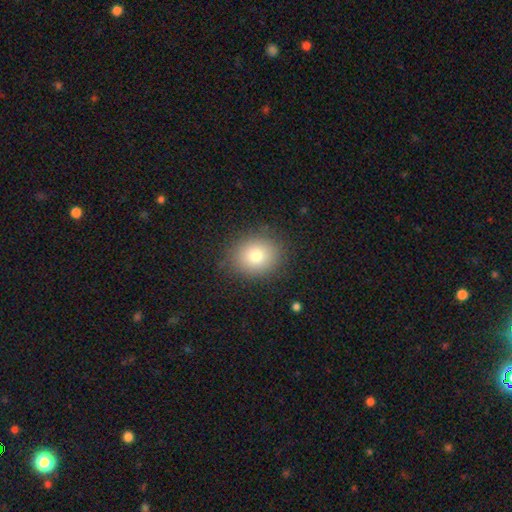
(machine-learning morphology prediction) A smooth galaxy with no disk features (78%) that is round (64%).

Vote fractions:
- Smooth or featured? smooth: 78% / star or artifact: 11% / featured or disk: 10%
- How rounded? round: 64% / in between: 35% / cigar-shaped: 1%
- Merging? none: 87% / minor disturbance: 9% / major disturbance: 3% / merger: 1%